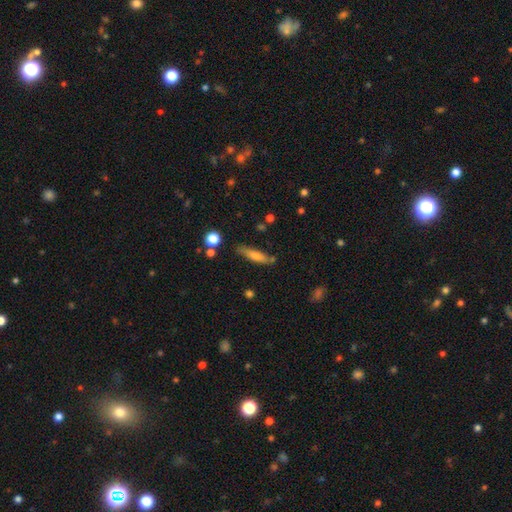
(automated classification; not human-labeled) This is likely a smooth galaxy (65%). How rounded: likely cigar-shaped (79%). Merging: likely none (75%).